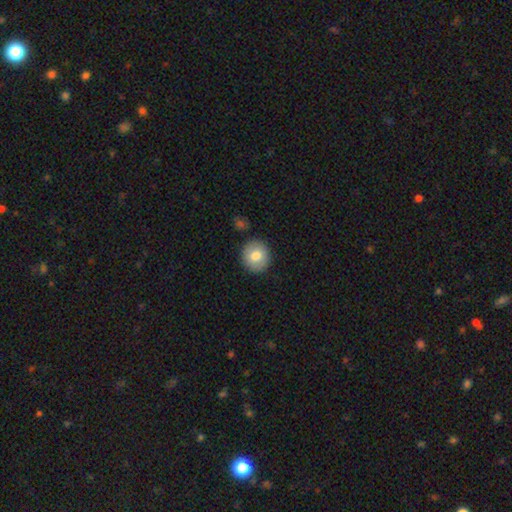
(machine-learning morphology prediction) Q: Smooth or featured?
A: smooth (78%); runner-up: featured or disk (14%)
Q: How rounded?
A: round (89%); runner-up: in between (10%)
Q: Merging?
A: none (88%); runner-up: minor disturbance (7%)